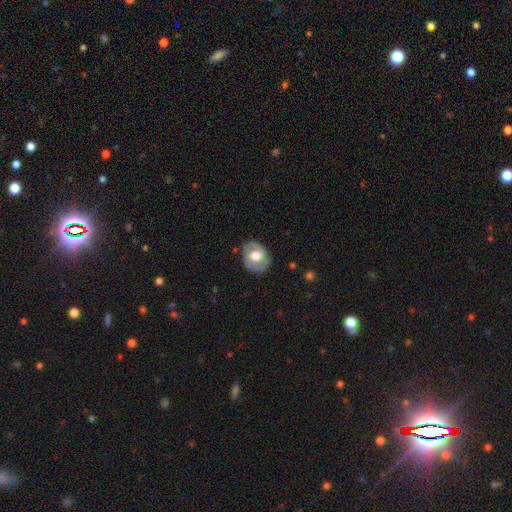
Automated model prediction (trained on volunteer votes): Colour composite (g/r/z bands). It shows a featured or disk galaxy (50%). Merging: none (78%).